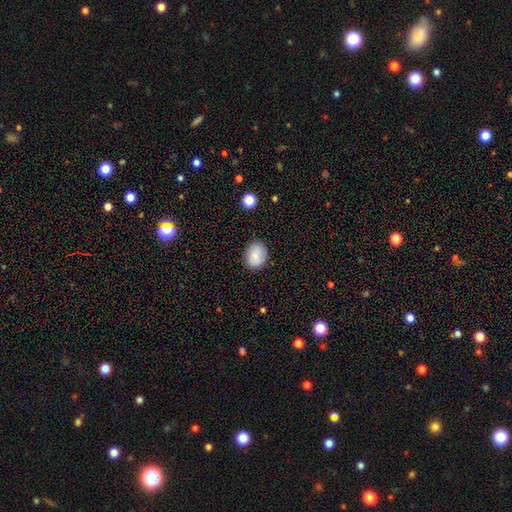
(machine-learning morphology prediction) type=smooth (83%); roundness=round (50%); merging=none (84%).